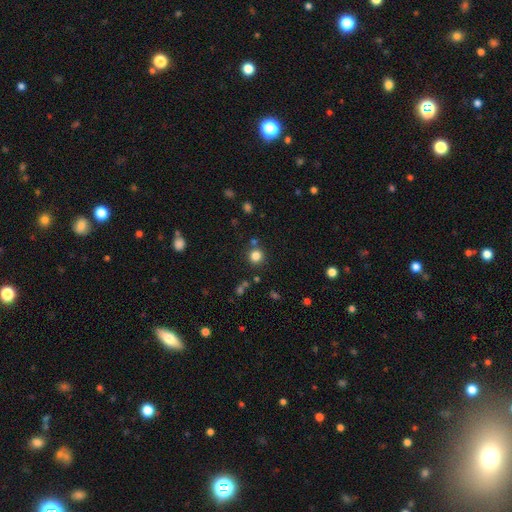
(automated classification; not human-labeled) smooth_or_featured: smooth (p=0.81) [alt: star or artifact p=0.14]
how_rounded: round (p=0.92) [alt: in between p=0.07]
merging: none (p=0.80) [alt: merger p=0.09]